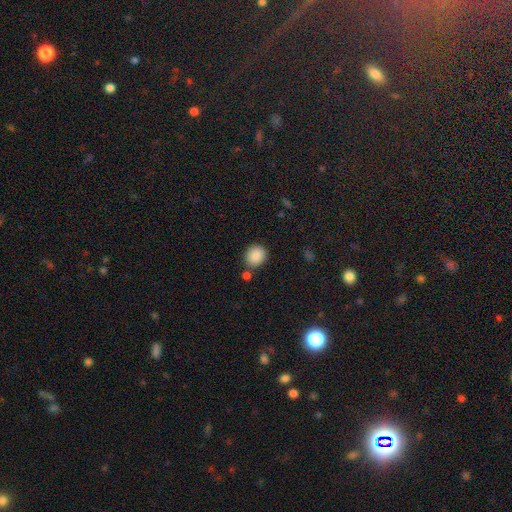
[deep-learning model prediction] smooth-or-featured: smooth: 88% | star or artifact: 8% | featured or disk: 4%
  how-rounded: round: 76% | in between: 23% | cigar-shaped: 1%
  merging: none: 76% | minor disturbance: 11% | merger: 10% | major disturbance: 3%